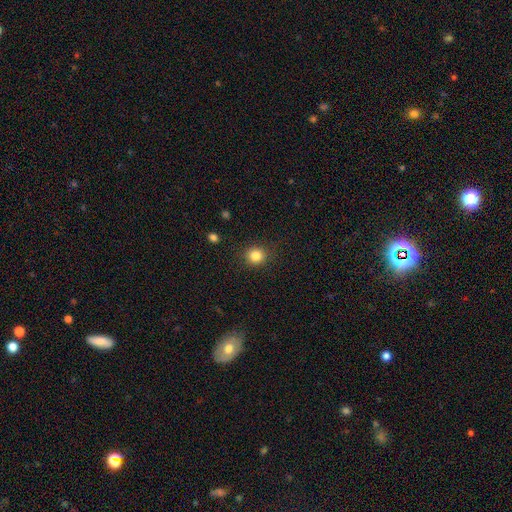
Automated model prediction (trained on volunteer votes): Morphology: type=smooth (84%); roundness=round (87%); merging=none (88%).